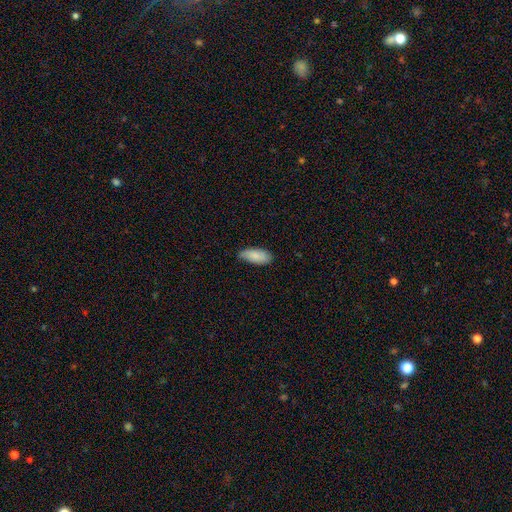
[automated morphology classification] Smooth or featured?
  - smooth: 87% *
  - featured or disk: 8%
  - star or artifact: 6%
How rounded?
  - in between: 85% *
  - cigar-shaped: 13%
  - round: 2%
Merging?
  - none: 72% *
  - minor disturbance: 24%
  - major disturbance: 3%
  - merger: 1%